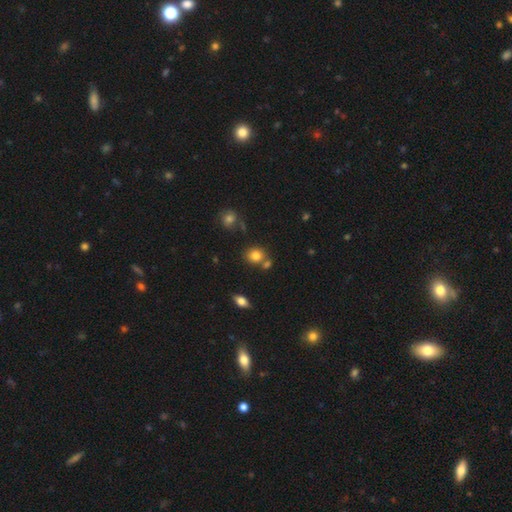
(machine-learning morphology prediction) A smooth galaxy with no disk features (80%) that is round (74%). Merging: none (66%).